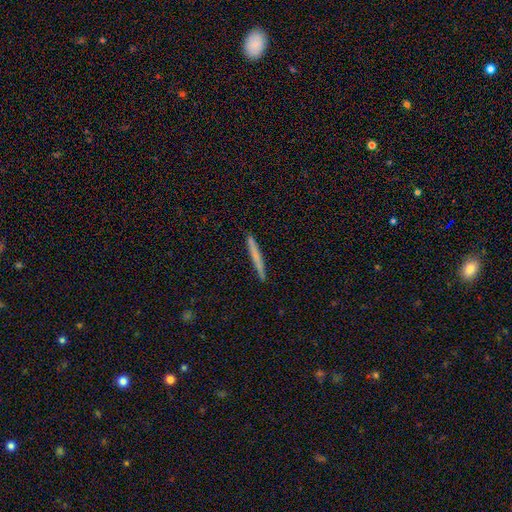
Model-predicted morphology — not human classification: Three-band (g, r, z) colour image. It shows a smooth galaxy with no disk features (65%) that is cigar-shaped (97%). Merging: none (90%).